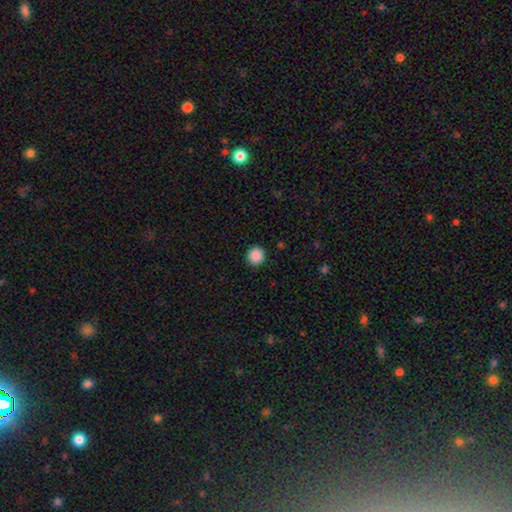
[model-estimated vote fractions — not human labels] A smooth galaxy with no disk features (89%) that is round (93%).

Vote fractions:
- Smooth or featured? smooth: 89% / star or artifact: 9% / featured or disk: 2%
- How rounded? round: 93% / in between: 6% / cigar-shaped: 1%
- Merging? none: 92% / minor disturbance: 5% / major disturbance: 2% / merger: 1%